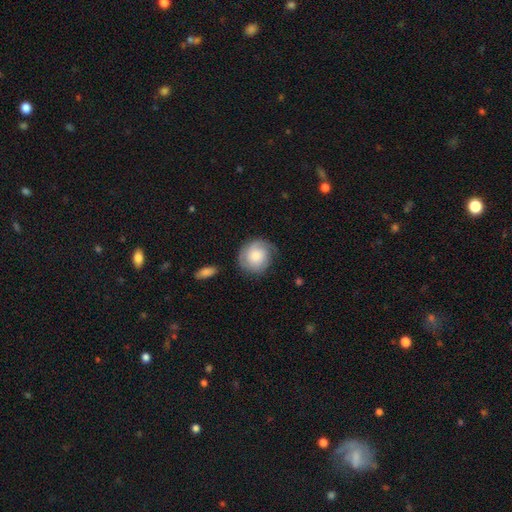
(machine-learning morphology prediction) A smooth galaxy with no disk features (48%).

Vote fractions:
- Smooth or featured? smooth: 48% / featured or disk: 45% / star or artifact: 7%
- Merging? none: 68% / minor disturbance: 22% / major disturbance: 8% / merger: 2%